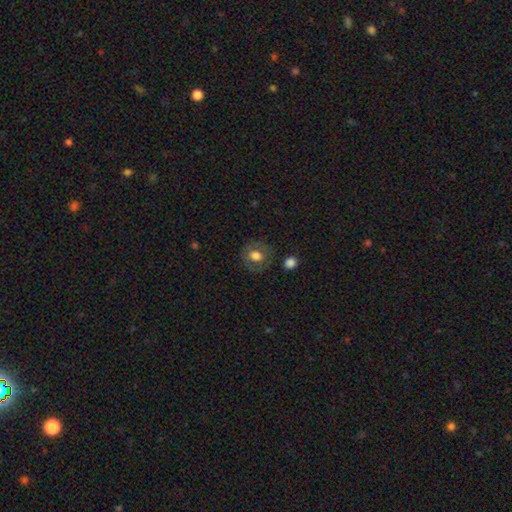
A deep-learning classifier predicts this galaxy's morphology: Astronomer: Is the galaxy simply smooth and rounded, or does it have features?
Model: smooth — 62%.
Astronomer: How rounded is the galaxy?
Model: round — 75%.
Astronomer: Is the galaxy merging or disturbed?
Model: none — 79%.